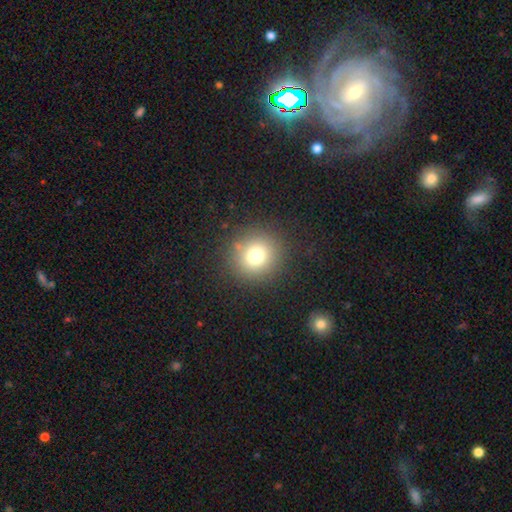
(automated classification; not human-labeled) Smooth or featured? smooth (74%)
How rounded? round (92%)
Merging? none (87%)